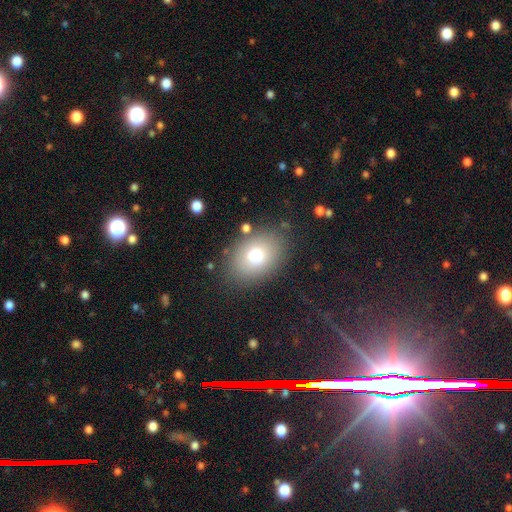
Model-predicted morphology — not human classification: This appears to be a smooth galaxy with no disk features (74%) that is in between round and cigar-shaped (71%). Merging: none (81%).